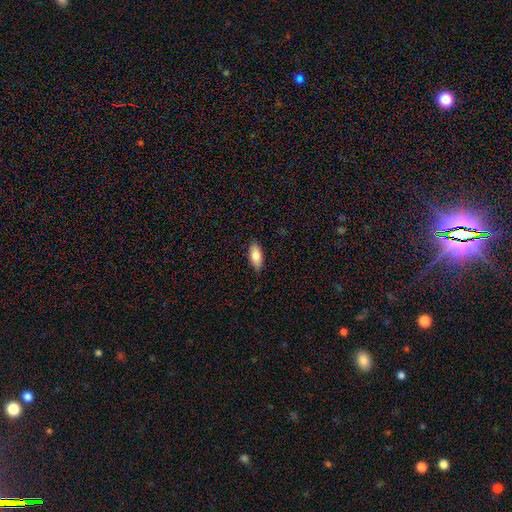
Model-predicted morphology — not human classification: Q: Smooth or featured?
A: smooth (82%); runner-up: featured or disk (11%)
Q: How rounded?
A: in between (84%); runner-up: cigar-shaped (14%)
Q: Merging?
A: none (87%); runner-up: minor disturbance (10%)